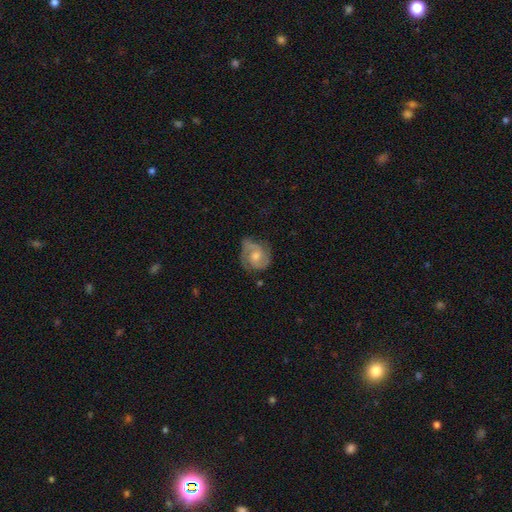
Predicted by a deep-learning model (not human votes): Morphology: type=featured or disk (80%); edge-on=no (97%); bar=no (63%); spiral arms=yes (96%); winding=medium (46%); arm count=2 (81%); bulge=moderate (61%); merging=none (71%).